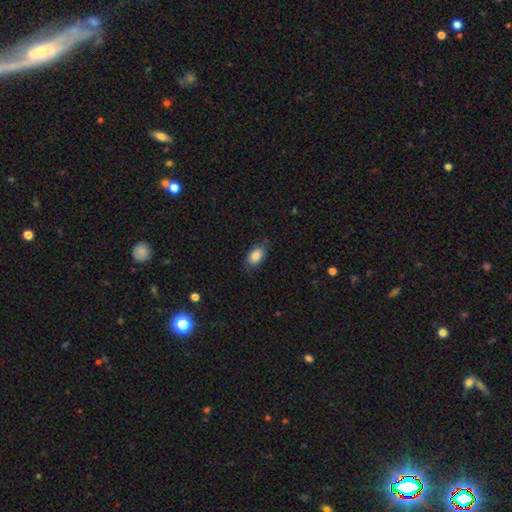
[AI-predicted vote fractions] This is clearly a smooth galaxy (85%). How rounded: clearly in between (90%). Merging: likely none (71%).